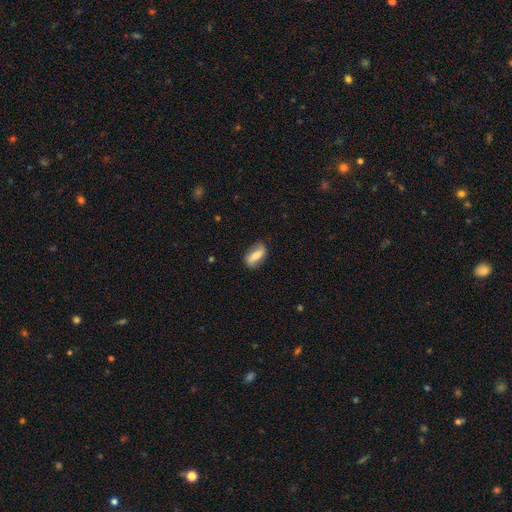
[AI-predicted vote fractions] Morphology: type=smooth (53%); roundness=in between (82%); merging=none (81%).